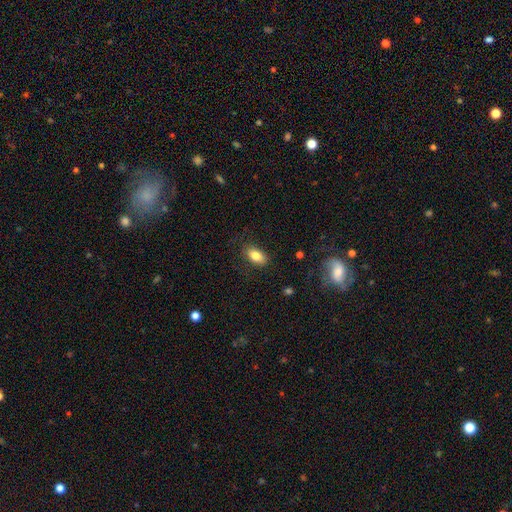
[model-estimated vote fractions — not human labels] Smooth or featured?
  - smooth: 81% *
  - featured or disk: 10%
  - star or artifact: 8%
How rounded?
  - in between: 90% *
  - round: 6%
  - cigar-shaped: 4%
Merging?
  - none: 82% *
  - minor disturbance: 13%
  - major disturbance: 4%
  - merger: 1%